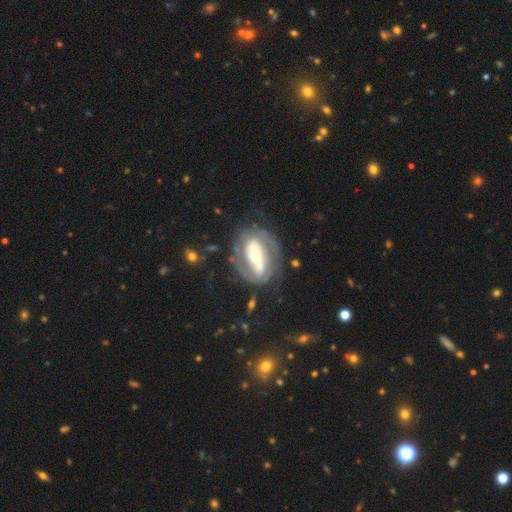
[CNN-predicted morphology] Smooth or featured: featured or disk — 80% (smooth — 15%)
Edge-on disk: no — 95% (yes — 5%)
Bar: strong — 47% (no — 30%)
Spiral arms: yes — 79% (no — 21%)
Spiral winding: tight — 48% (medium — 36%)
Spiral arm count: 2 — 76% (can't tell — 14%)
Bulge size: small — 44% (moderate — 42%)
Merging: none — 65% (minor disturbance — 17%)